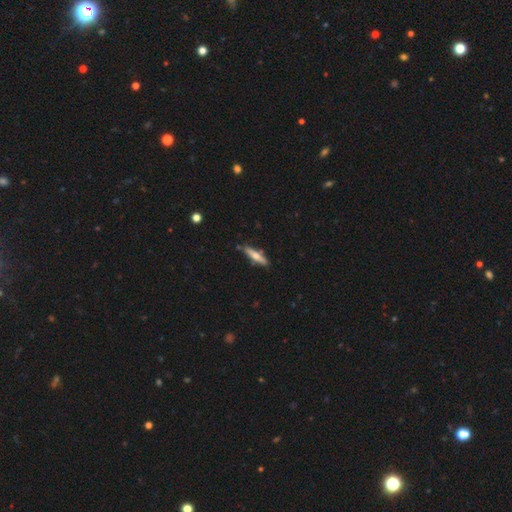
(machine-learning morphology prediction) smooth-or-featured: featured or disk: 50% | smooth: 44% | star or artifact: 6%
  merging: none: 83% | minor disturbance: 12% | merger: 3% | major disturbance: 2%